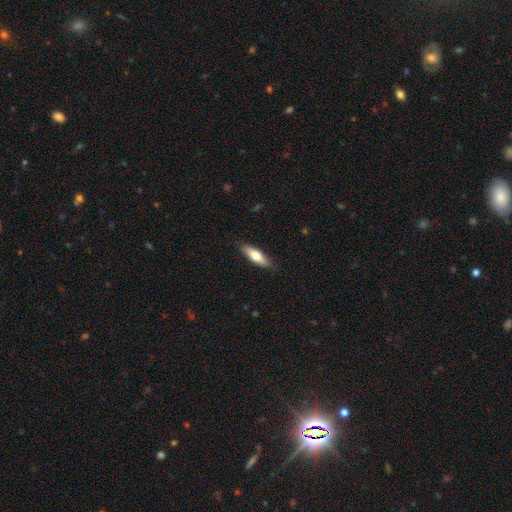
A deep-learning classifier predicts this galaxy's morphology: smooth 71%, featured or disk 24%, star or artifact 6%. Down the decision tree: how rounded — cigar-shaped (50%); merging — none (86%).